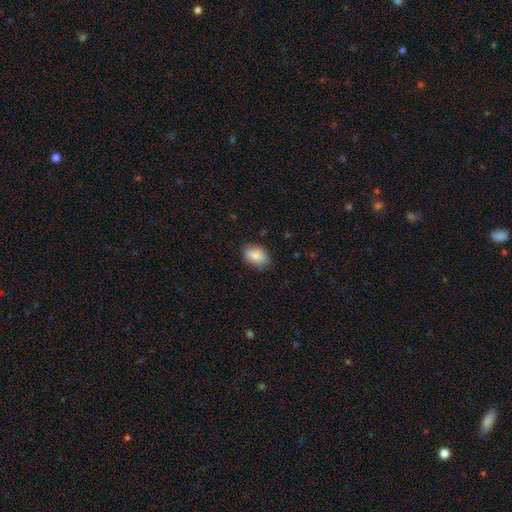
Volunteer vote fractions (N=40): Overall: smooth (95%). How rounded: in between (100%). Merging: none (79%).